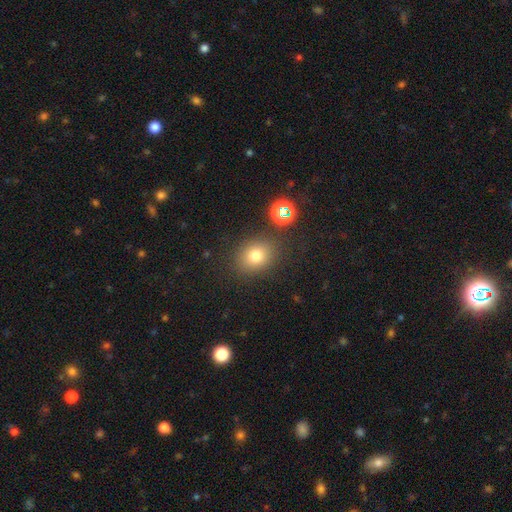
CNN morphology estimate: smooth 76%, star or artifact 16%, featured or disk 9%. Down the decision tree: how rounded — round (61%); merging — none (81%).